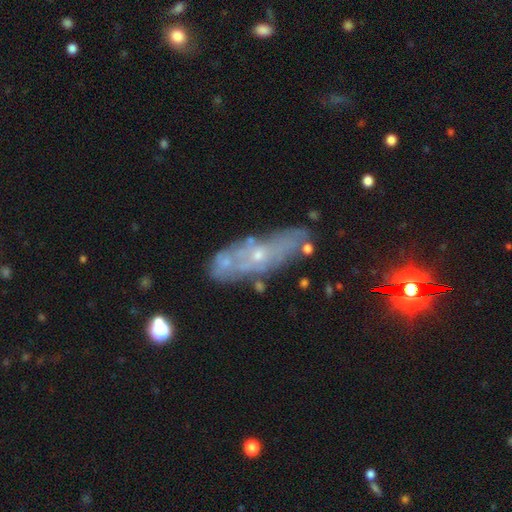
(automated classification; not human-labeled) This is likely a featured or disk galaxy (65%). It is likely not viewed edge-on (74%). Merging: likely none (68%).